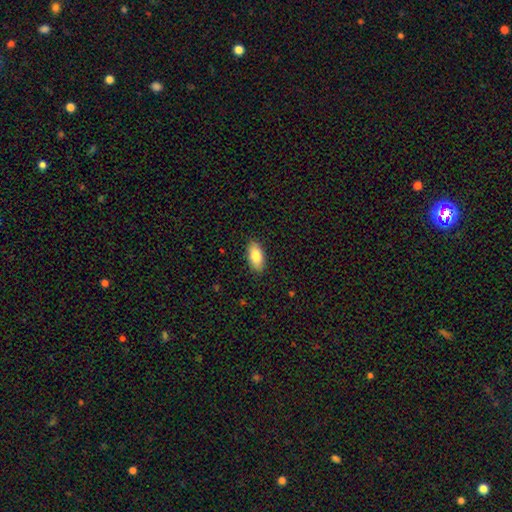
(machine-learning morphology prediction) Q: Smooth or featured?
A: smooth (84%); runner-up: featured or disk (9%)
Q: How rounded?
A: in between (92%); runner-up: cigar-shaped (5%)
Q: Merging?
A: none (88%); runner-up: minor disturbance (9%)